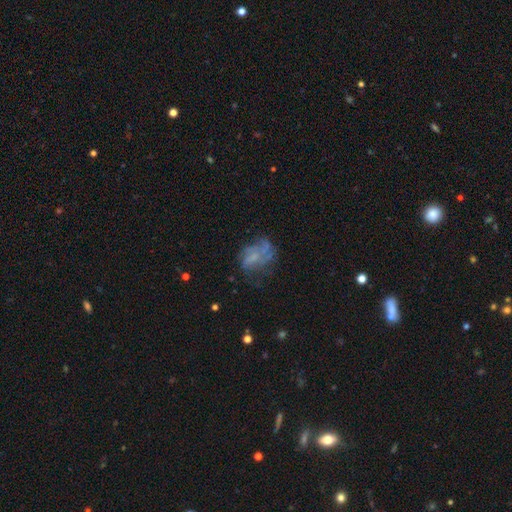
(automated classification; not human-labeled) The model was most divided on "bulge size": none: 51%, small: 31%, moderate: 14%, large: 2%, dominant: 1%. Remaining: edge-on disk — no (98%); bar — no (70%); spiral arms — yes (65%); smooth or featured — featured or disk (61%); merging — none (50%).